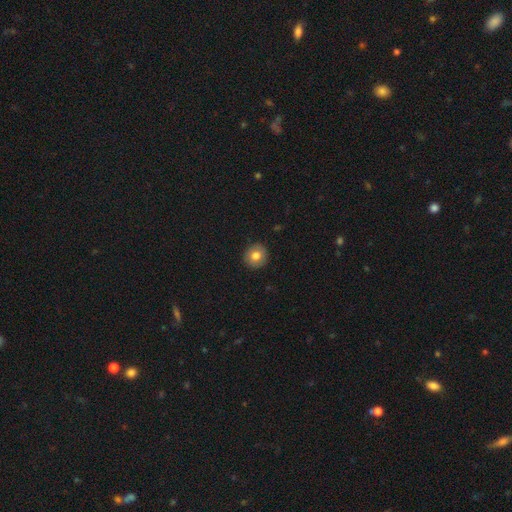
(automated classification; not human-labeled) Smooth or featured? smooth (80%)
How rounded? round (89%)
Merging? none (91%)